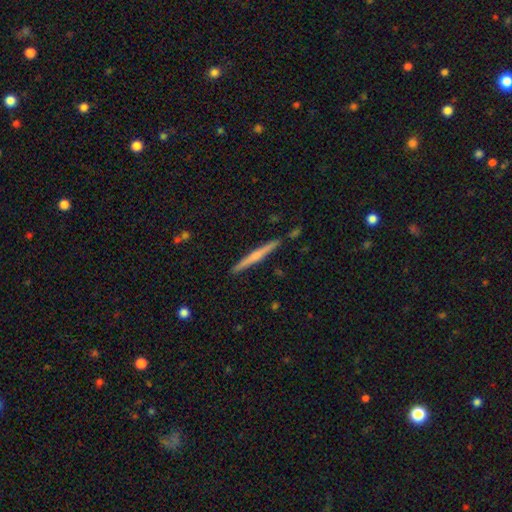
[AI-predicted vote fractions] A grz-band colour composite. It shows a featured or disk galaxy (57%) viewed edge-on (98%) with a rounded central bulge (56%). Merging: none (90%).